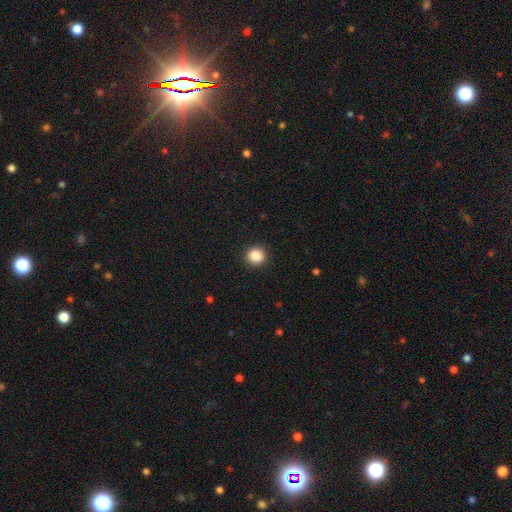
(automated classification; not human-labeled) smooth 88%, star or artifact 9%, featured or disk 3%. Down the decision tree: how rounded — round (86%); merging — none (91%).